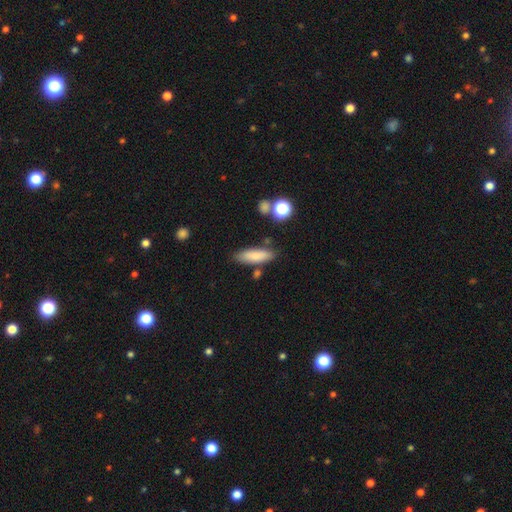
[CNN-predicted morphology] smooth 81%, featured or disk 12%, star or artifact 8%. Down the decision tree: how rounded — cigar-shaped (52%); merging — none (76%).